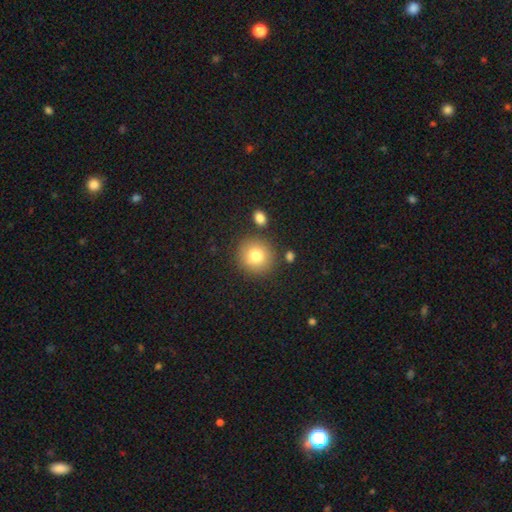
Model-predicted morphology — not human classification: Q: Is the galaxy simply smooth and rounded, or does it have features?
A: smooth — 79%.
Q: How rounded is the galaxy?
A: round — 91%.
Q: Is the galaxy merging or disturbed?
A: none — 84%.